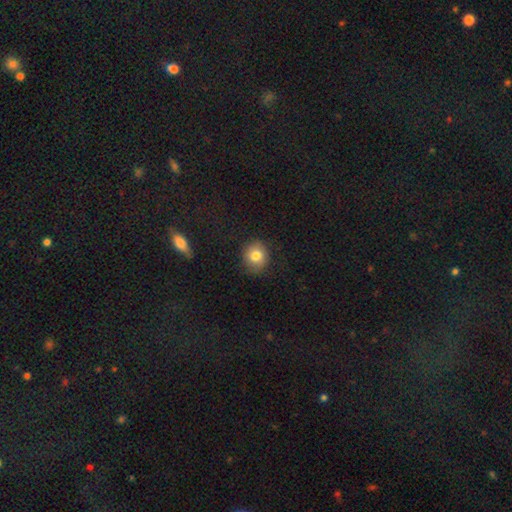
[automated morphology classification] This appears to be a smooth galaxy with no disk features (80%) that is round (81%). Merging: none (84%).